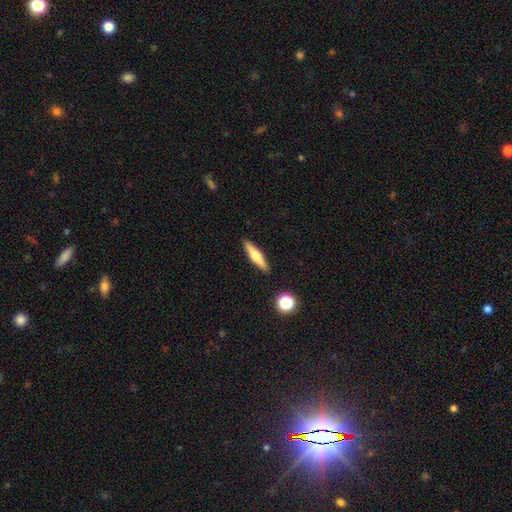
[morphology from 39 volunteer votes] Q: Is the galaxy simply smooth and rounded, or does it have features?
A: smooth — 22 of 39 (56%).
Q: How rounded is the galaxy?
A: cigar-shaped — 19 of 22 (86%).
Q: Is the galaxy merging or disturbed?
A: none — 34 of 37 (92%).